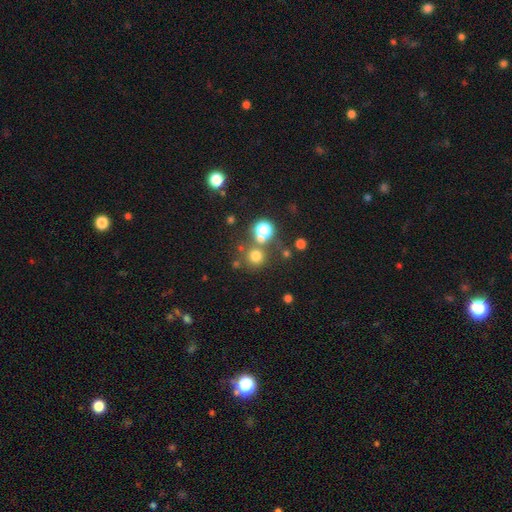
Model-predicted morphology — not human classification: type=smooth (70%); roundness=round (91%); merging=none (68%).